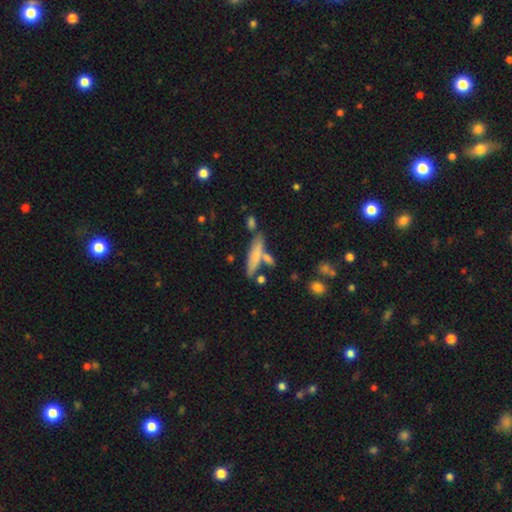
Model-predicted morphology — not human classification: A smooth galaxy with no disk features (71%) that is cigar-shaped (74%). Merging: none (61%).